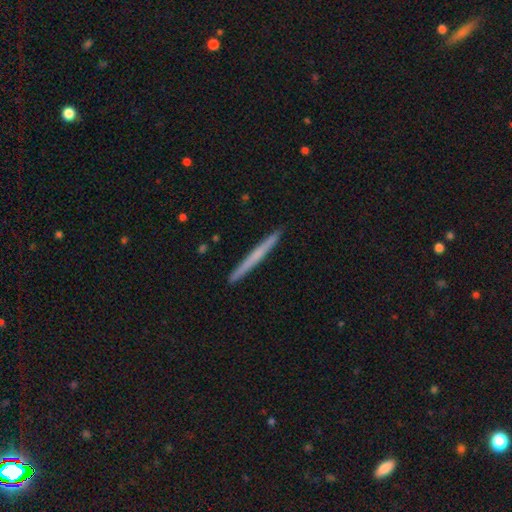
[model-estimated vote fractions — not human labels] smooth_or_featured: smooth (p=0.50) [alt: featured or disk p=0.44]
how_rounded: cigar-shaped (p=0.97) [alt: in between p=0.01]
merging: none (p=0.93) [alt: minor disturbance p=0.05]